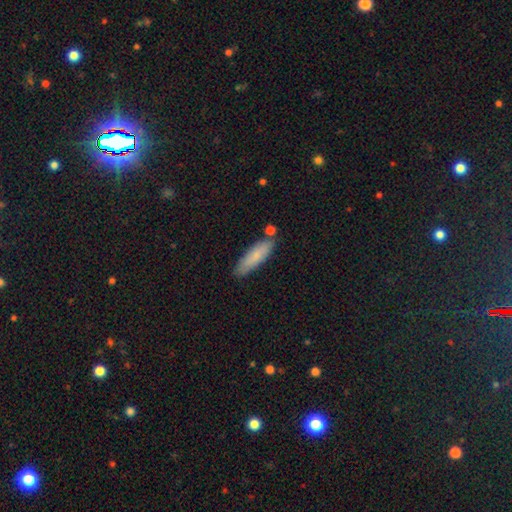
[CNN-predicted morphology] smooth 77%, featured or disk 16%, star or artifact 6%. Down the decision tree: how rounded — cigar-shaped (66%); merging — none (79%).